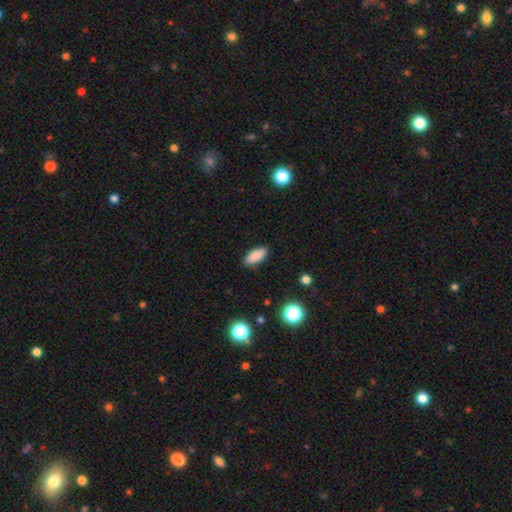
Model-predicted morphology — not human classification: The model was most divided on "how rounded": in between: 81%, cigar-shaped: 16%, round: 2%. More confident: merging — none (88%); smooth or featured — smooth (88%).